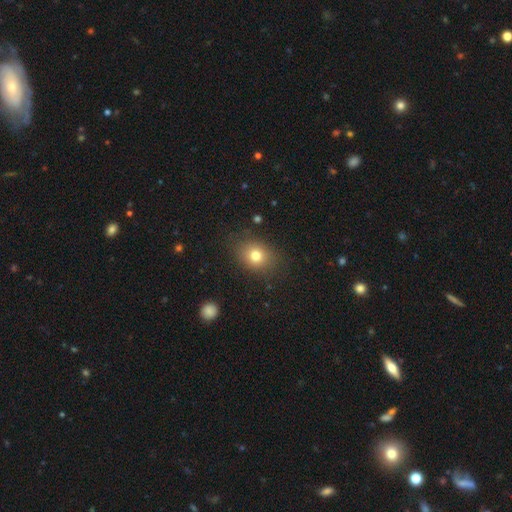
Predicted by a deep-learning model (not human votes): The model was most divided on "how rounded": round: 53%, in between: 46%, cigar-shaped: 1%. More confident: merging — none (81%); smooth or featured — smooth (78%).